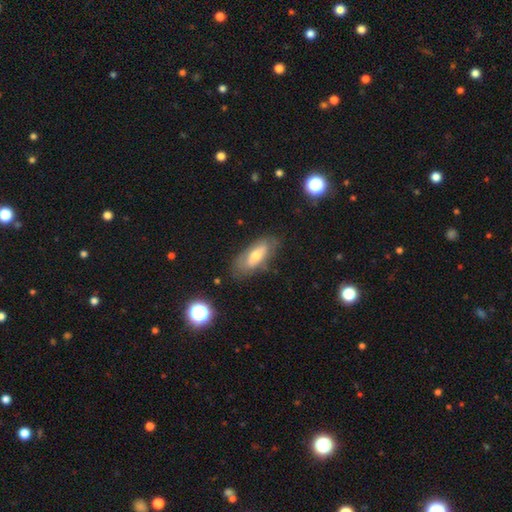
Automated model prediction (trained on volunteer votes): Smooth or featured: smooth — 50% (featured or disk — 42%)
How rounded: in between — 78% (cigar-shaped — 19%)
Merging: none — 72% (minor disturbance — 19%)